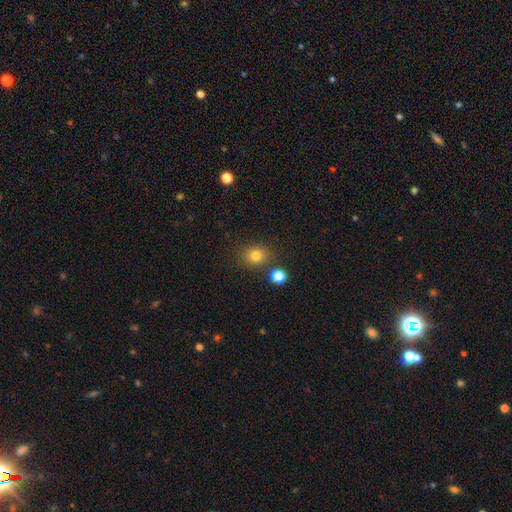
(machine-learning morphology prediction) Q: Smooth or featured?
A: smooth (80%); runner-up: star or artifact (13%)
Q: How rounded?
A: round (75%); runner-up: in between (24%)
Q: Merging?
A: none (77%); runner-up: minor disturbance (11%)